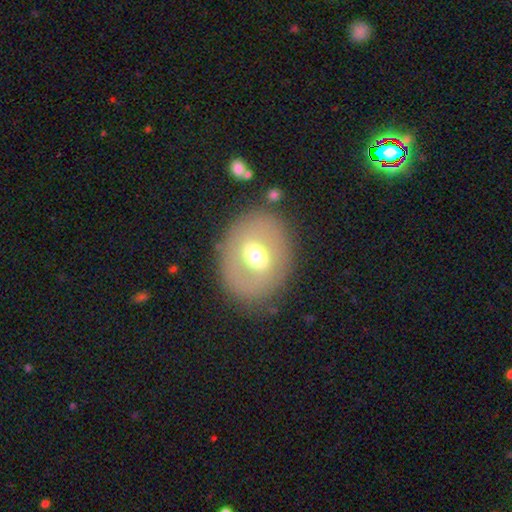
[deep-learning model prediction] Smooth or featured: featured or disk — 47% (smooth — 43%)
Merging: none — 82% (minor disturbance — 10%)